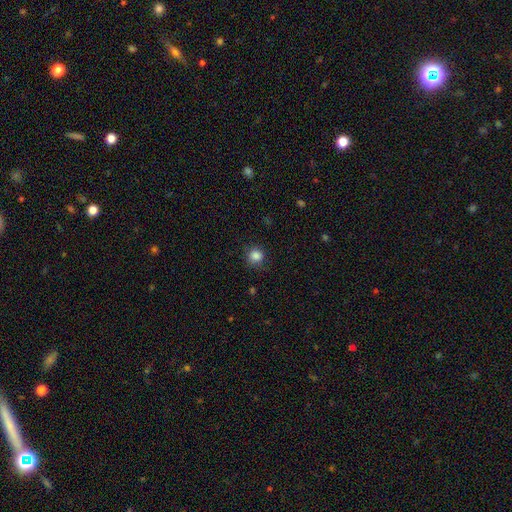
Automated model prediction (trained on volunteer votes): Smooth or featured: smooth — 85% (star or artifact — 11%)
How rounded: round — 91% (in between — 8%)
Merging: none — 85% (minor disturbance — 11%)